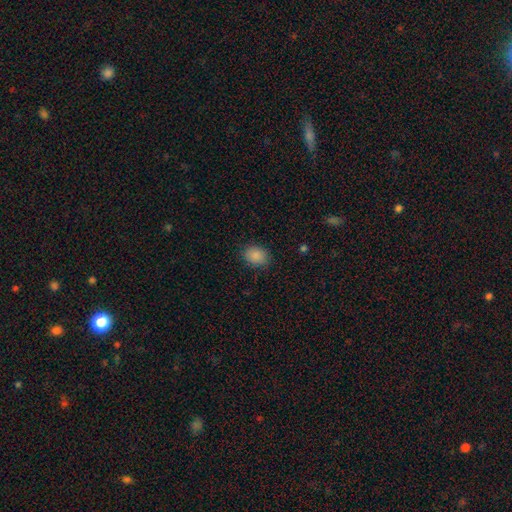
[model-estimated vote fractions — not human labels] This is clearly a smooth galaxy (88%). How rounded: possibly round (50%). Merging: clearly none (86%).